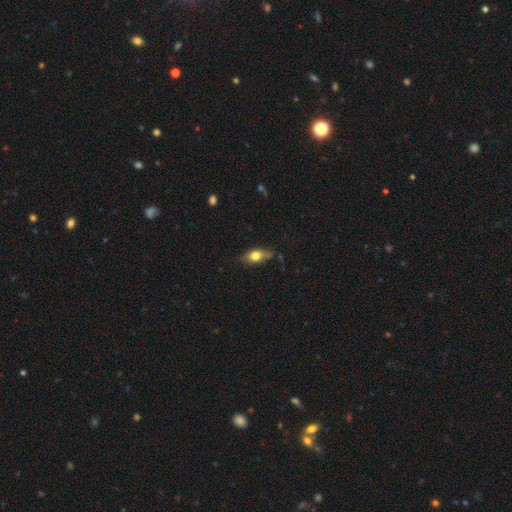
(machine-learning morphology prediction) A smooth galaxy with no disk features (65%) that is in between round and cigar-shaped (75%).

Vote fractions:
- Smooth or featured? smooth: 65% / featured or disk: 27% / star or artifact: 8%
- How rounded? in between: 75% / cigar-shaped: 16% / round: 9%
- Merging? none: 66% / minor disturbance: 25% / major disturbance: 6% / merger: 3%